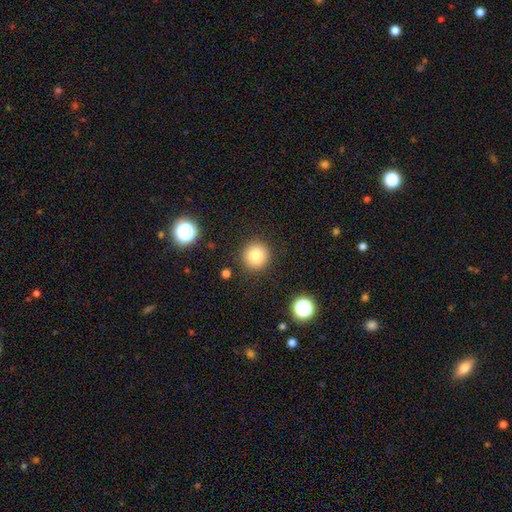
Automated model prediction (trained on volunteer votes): smooth-or-featured: smooth: 83% | star or artifact: 11% | featured or disk: 6%
  how-rounded: round: 95% | in between: 4% | cigar-shaped: 1%
  merging: none: 90% | minor disturbance: 6% | major disturbance: 2% | merger: 1%